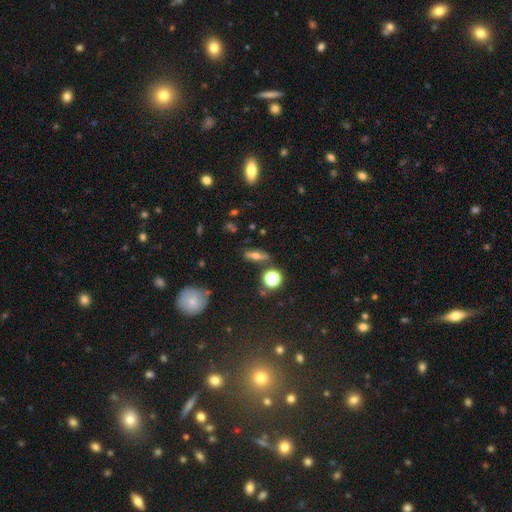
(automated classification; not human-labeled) smooth 41%, featured or disk 40%, star or artifact 19%. Down the decision tree: merging — none (81%).